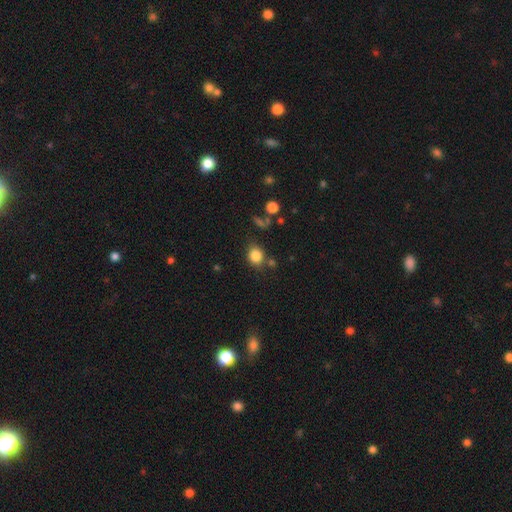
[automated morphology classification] This is clearly a smooth galaxy (84%). How rounded: likely round (70%). Merging: likely none (74%).